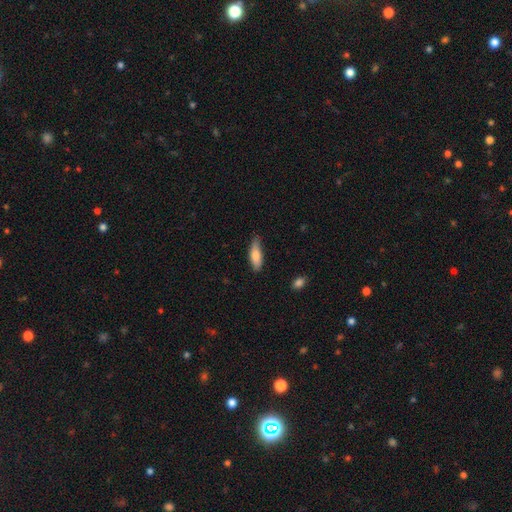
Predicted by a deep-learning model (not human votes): Smooth or featured? smooth (80%)
How rounded? in between (55%)
Merging? none (72%)